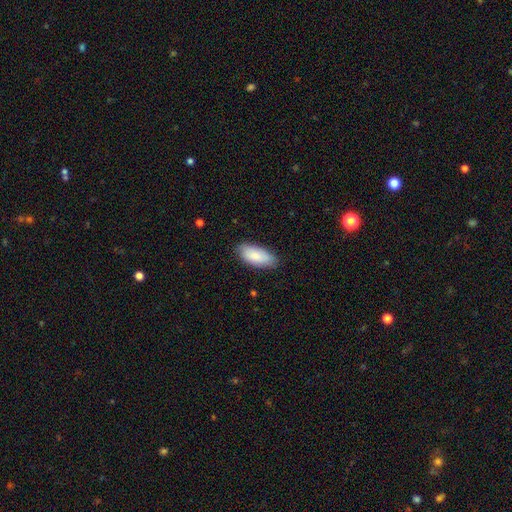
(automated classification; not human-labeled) The model was most divided on "merging": none: 83%, minor disturbance: 14%, major disturbance: 2%, merger: 1%. More confident: how rounded — in between (87%); smooth or featured — smooth (86%).